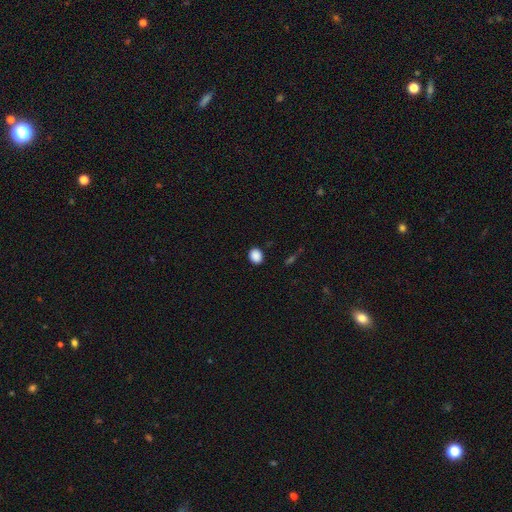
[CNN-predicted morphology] Overall: smooth (89%). How rounded: round (56%; in between 43%). Merging: none (90%).